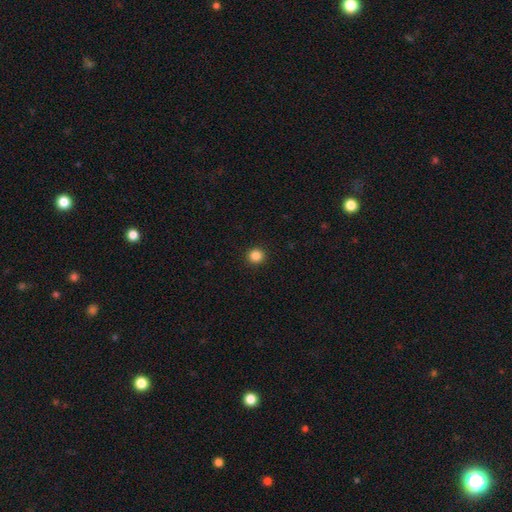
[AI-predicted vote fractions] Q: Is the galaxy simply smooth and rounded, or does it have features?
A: smooth — 85%.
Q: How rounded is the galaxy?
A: round — 93%.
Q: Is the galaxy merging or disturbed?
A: none — 93%.